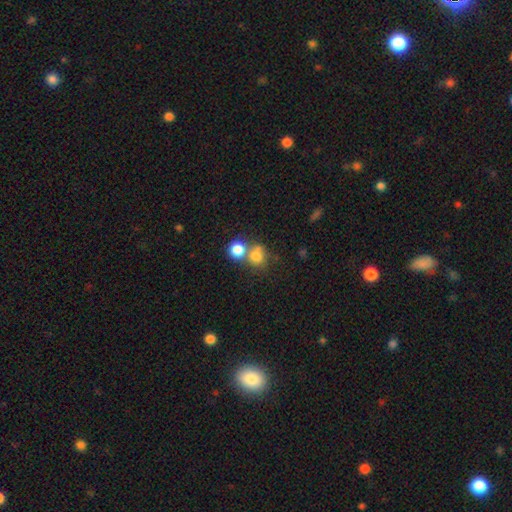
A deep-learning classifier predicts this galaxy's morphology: This appears to be a smooth galaxy with no disk features (76%) that is round (81%). Merging: merger (47%).